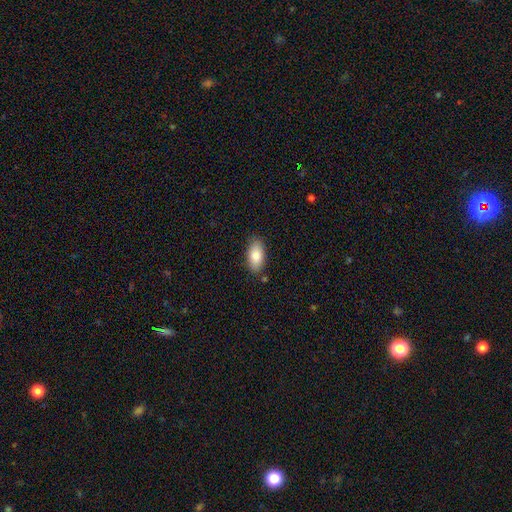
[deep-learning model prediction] Smooth or featured? Predicted: smooth (p=0.84). How rounded? Predicted: in between (p=0.93). Merging? Predicted: none (p=0.82).